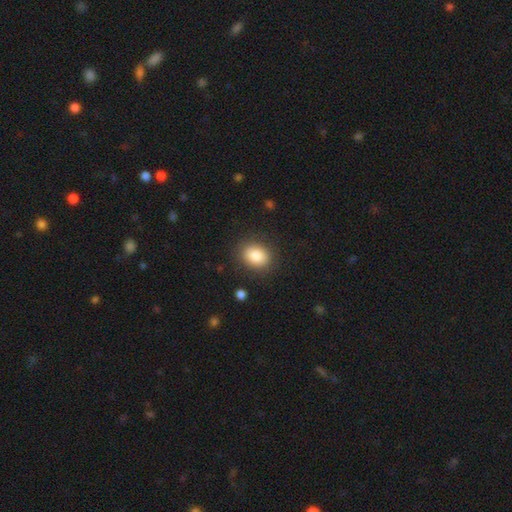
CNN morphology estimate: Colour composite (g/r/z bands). It shows a smooth galaxy with no disk features (85%) that is in between round and cigar-shaped (52%). Merging: none (86%).